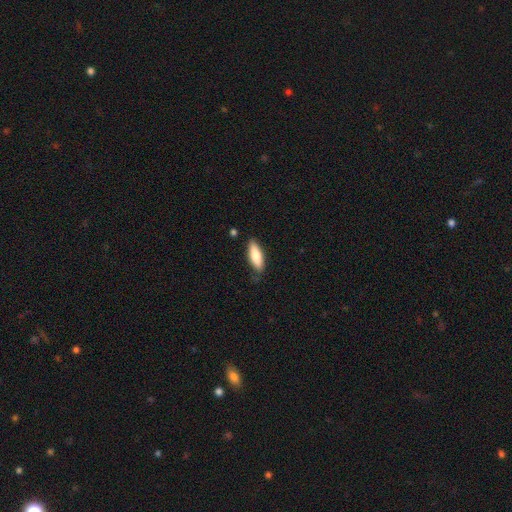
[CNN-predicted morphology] smooth_or_featured: smooth (p=0.79) [alt: featured or disk p=0.15]
how_rounded: in between (p=0.58) [alt: cigar-shaped p=0.40]
merging: none (p=0.78) [alt: minor disturbance p=0.17]